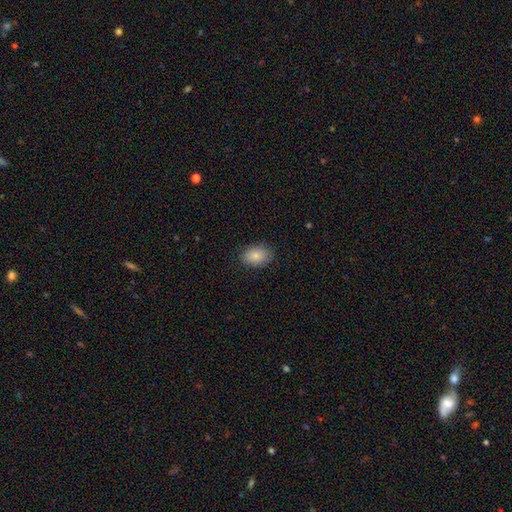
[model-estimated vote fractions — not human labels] This appears to be a smooth galaxy with no disk features (85%) that is in between round and cigar-shaped (80%). Merging: none (85%).